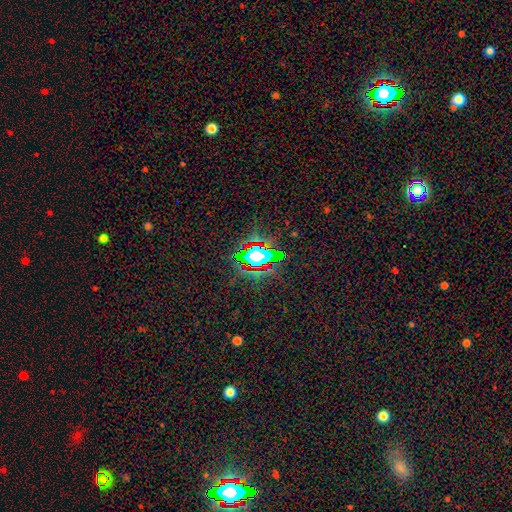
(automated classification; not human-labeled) This appears to be a star or artifact, not a galaxy (69%).